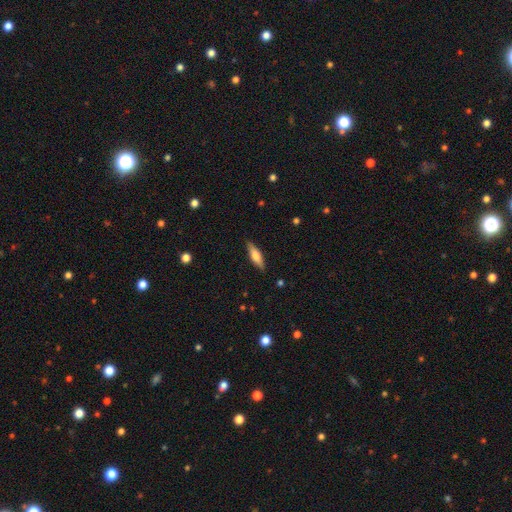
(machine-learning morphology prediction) Smooth or featured? smooth (63%)
How rounded? cigar-shaped (56%)
Merging? none (87%)